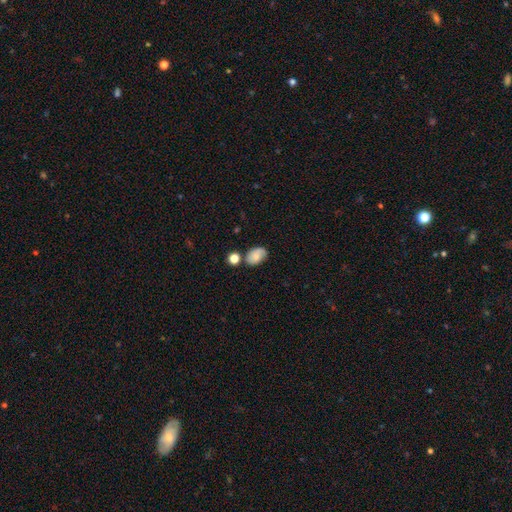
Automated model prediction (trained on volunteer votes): Smooth or featured: smooth — 75% (featured or disk — 15%)
How rounded: in between — 85% (round — 14%)
Merging: none — 60% (minor disturbance — 23%)